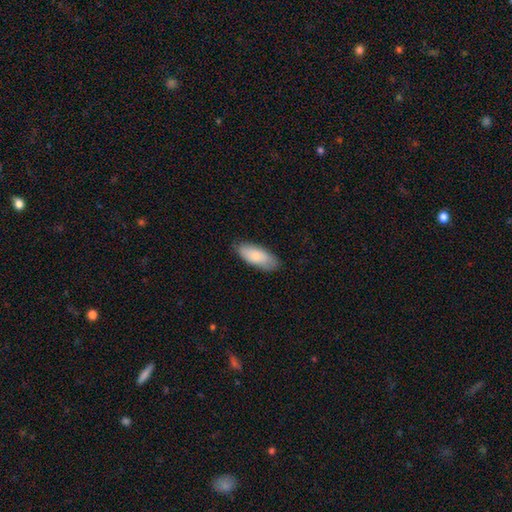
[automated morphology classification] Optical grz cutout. It shows a smooth galaxy with no disk features (80%) that is in between round and cigar-shaped (81%). Merging: none (82%).